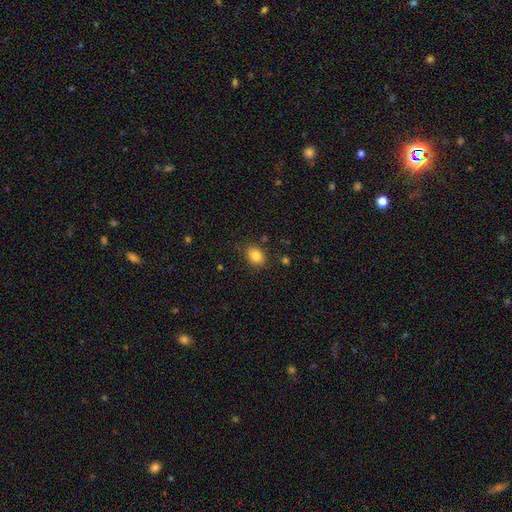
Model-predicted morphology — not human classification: Smooth or featured: smooth — 84% (star or artifact — 10%)
How rounded: in between — 63% (round — 36%)
Merging: none — 82% (minor disturbance — 13%)